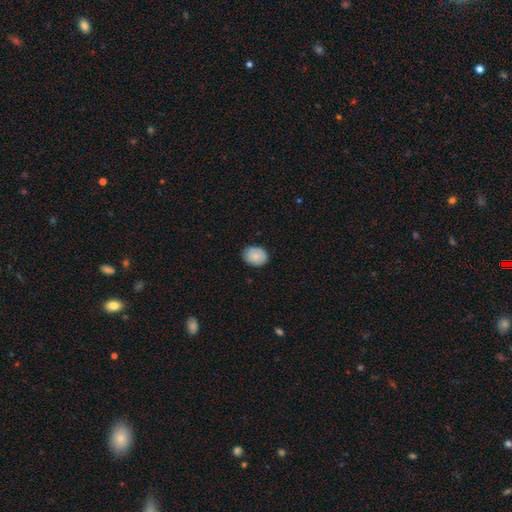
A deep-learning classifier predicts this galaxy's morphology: smooth-or-featured: smooth: 84% | featured or disk: 9% | star or artifact: 7%
  how-rounded: in between: 53% | round: 46% | cigar-shaped: 1%
  merging: none: 84% | minor disturbance: 13% | major disturbance: 2% | merger: 1%